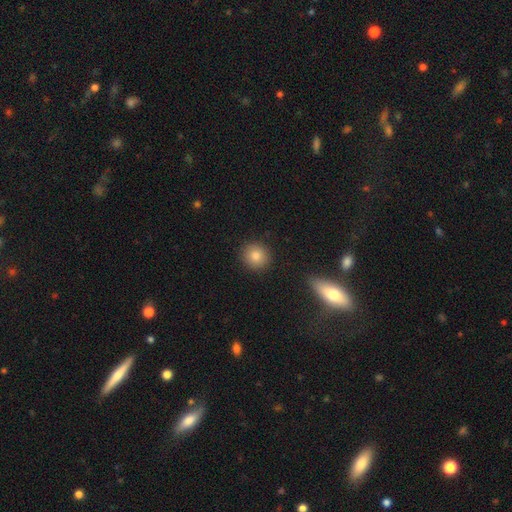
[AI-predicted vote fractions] Smooth or featured? smooth (82%)
How rounded? round (90%)
Merging? none (90%)